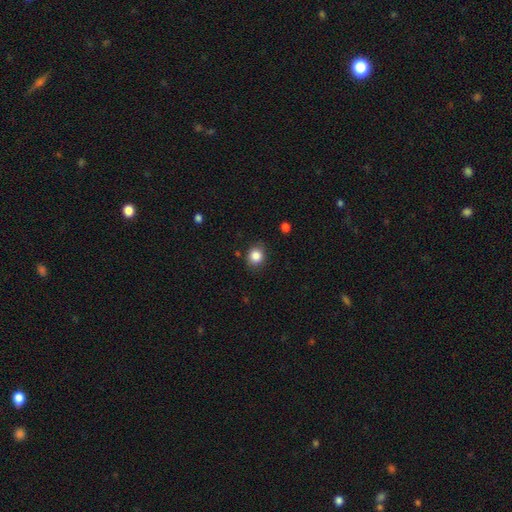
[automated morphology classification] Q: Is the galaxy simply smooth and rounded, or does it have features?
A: smooth — 85%.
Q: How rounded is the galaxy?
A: round — 77%.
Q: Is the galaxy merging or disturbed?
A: none — 83%.